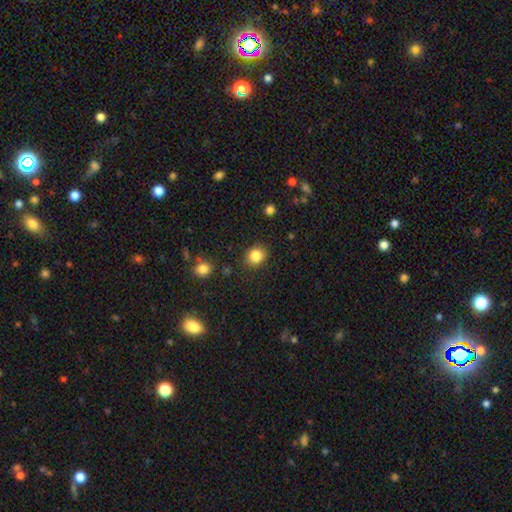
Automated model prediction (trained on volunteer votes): Overall: smooth (85%). How rounded: round (72%). Merging: none (86%).